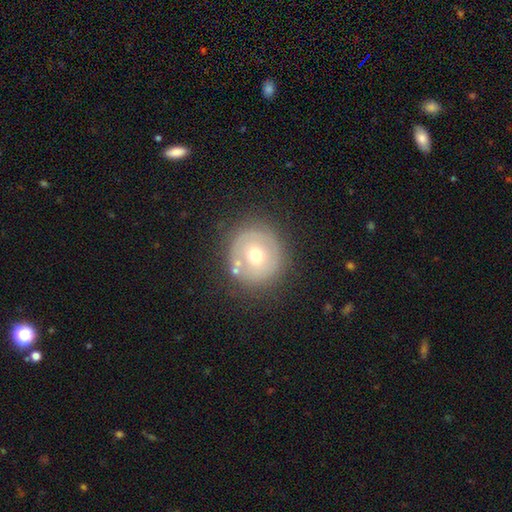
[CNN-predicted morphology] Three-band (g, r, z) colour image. It shows a smooth galaxy with no disk features (53%) that is round (91%). Merging: none (78%).